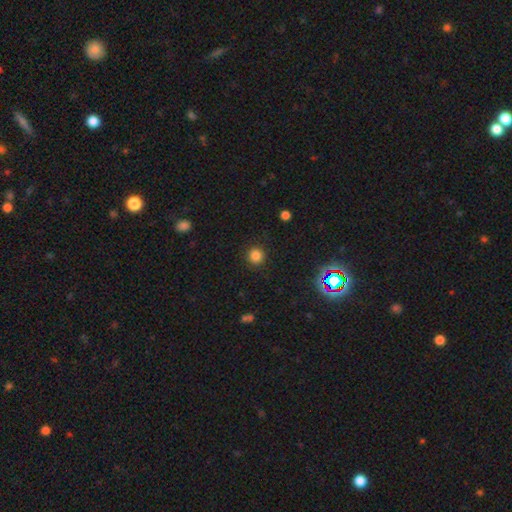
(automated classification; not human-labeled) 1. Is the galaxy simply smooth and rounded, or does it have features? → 82% smooth, 14% star or artifact, 4% featured or disk.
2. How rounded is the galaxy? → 93% round, 6% in between, 1% cigar-shaped.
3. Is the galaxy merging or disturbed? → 90% none, 6% minor disturbance, 2% major disturbance, 1% merger.